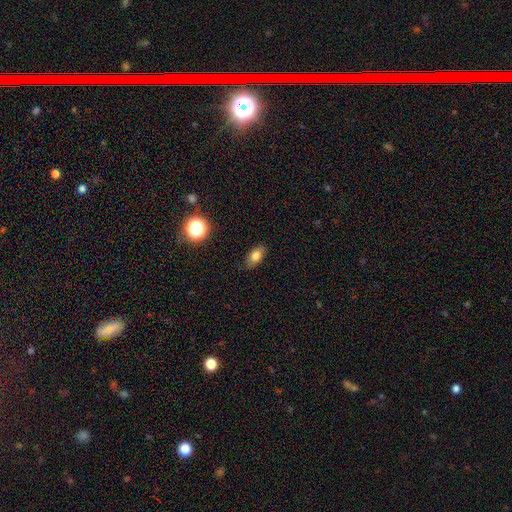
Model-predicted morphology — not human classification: Smooth or featured? Predicted: smooth (p=0.77). How rounded? Predicted: in between (p=0.87). Merging? Predicted: none (p=0.86).